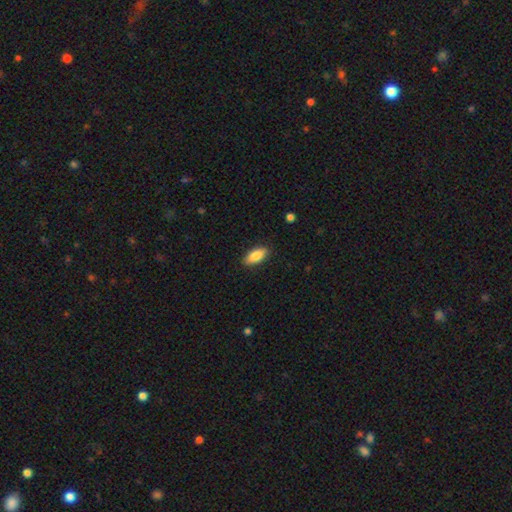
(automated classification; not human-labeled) Smooth or featured: smooth — 87% (featured or disk — 7%)
How rounded: in between — 88% (cigar-shaped — 10%)
Merging: none — 88% (minor disturbance — 9%)